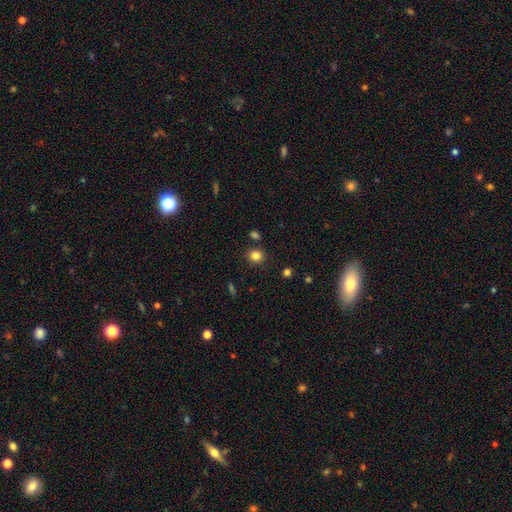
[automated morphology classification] A smooth galaxy with no disk features (83%) that is round (82%). Merging: none (86%).